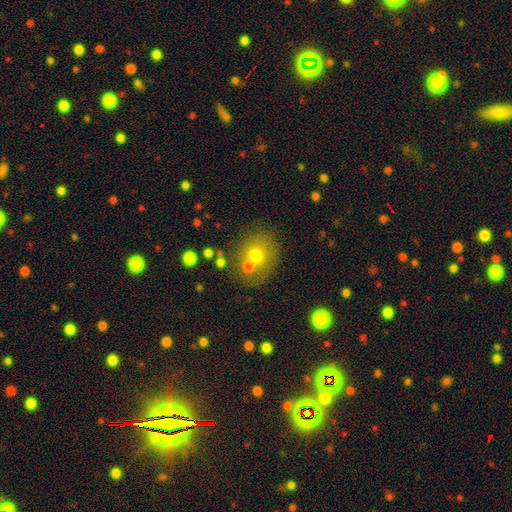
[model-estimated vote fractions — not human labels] smooth_or_featured: smooth (p=0.66) [alt: featured or disk p=0.21]
how_rounded: round (p=0.76) [alt: in between p=0.23]
merging: none (p=0.53) [alt: merger p=0.32]